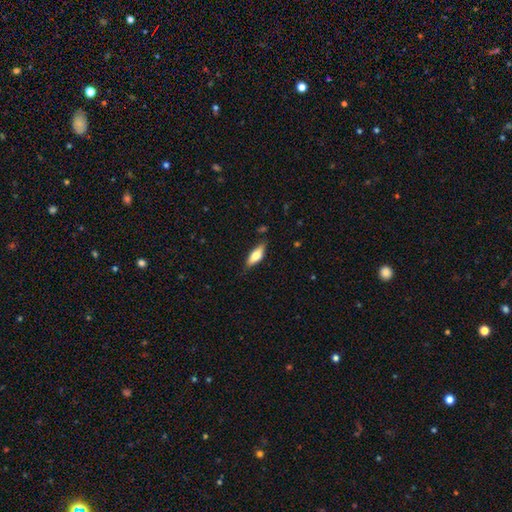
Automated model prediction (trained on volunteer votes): smooth 67%, featured or disk 27%, star or artifact 6%. Down the decision tree: how rounded — in between (65%); merging — none (78%).